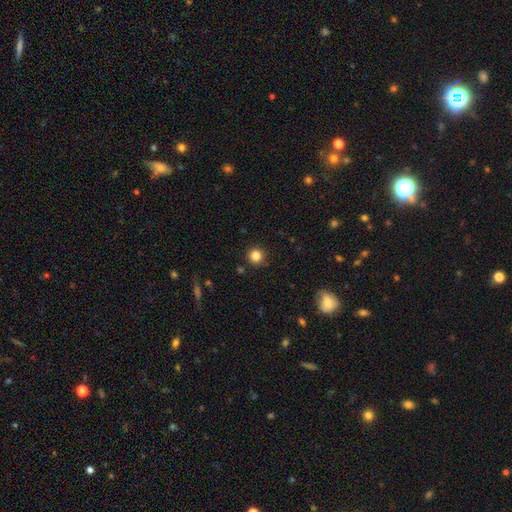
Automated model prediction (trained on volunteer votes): Smooth or featured?
  - smooth: 84% *
  - star or artifact: 12%
  - featured or disk: 4%
How rounded?
  - round: 95% *
  - in between: 4%
  - cigar-shaped: 1%
Merging?
  - none: 91% *
  - minor disturbance: 5%
  - major disturbance: 2%
  - merger: 2%